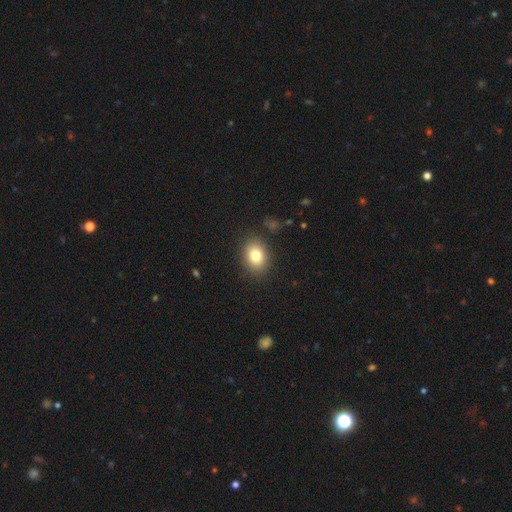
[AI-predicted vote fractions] This appears to be a smooth galaxy with no disk features (80%) that is in between round and cigar-shaped (59%). Merging: none (87%).